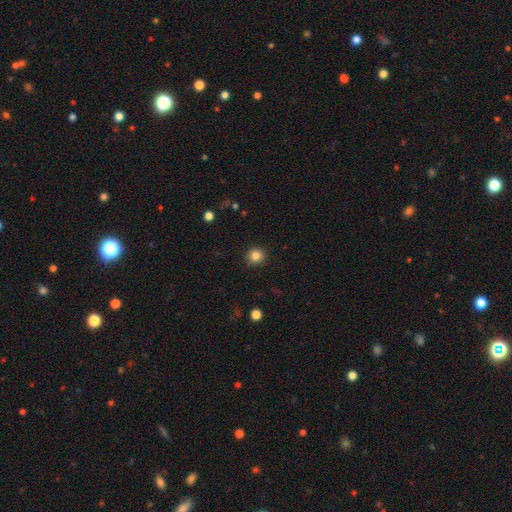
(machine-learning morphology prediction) Smooth or featured: smooth — 84% (star or artifact — 11%)
How rounded: round — 88% (in between — 11%)
Merging: none — 88% (minor disturbance — 8%)